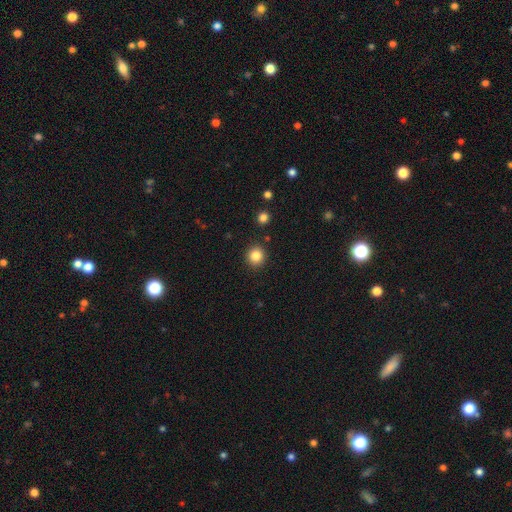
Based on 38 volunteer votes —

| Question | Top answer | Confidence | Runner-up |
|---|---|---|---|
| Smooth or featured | smooth | 97% | featured or disk (3%) |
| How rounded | round | 92% | in between (8%) |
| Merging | none | 89% | minor disturbance (5%) |